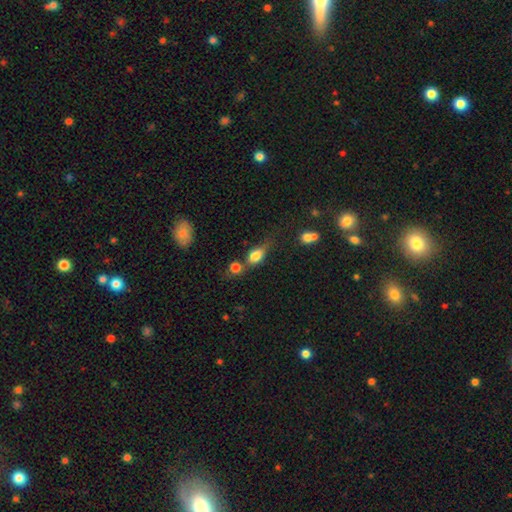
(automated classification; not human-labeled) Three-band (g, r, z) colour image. It shows a smooth galaxy with no disk features (74%) that is in between round and cigar-shaped (63%). Merging: none (39%).